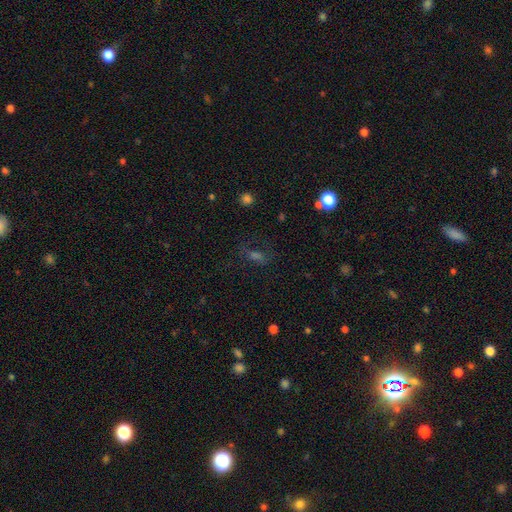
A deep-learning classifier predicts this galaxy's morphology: smooth_or_featured: smooth (p=0.41) [alt: star or artifact p=0.35]
merging: none (p=0.61) [alt: minor disturbance p=0.18]